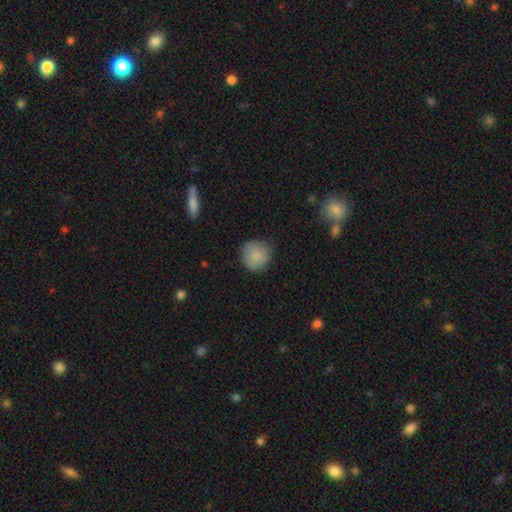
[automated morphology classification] A smooth galaxy with no disk features (84%) that is round (92%). Merging: none (80%).